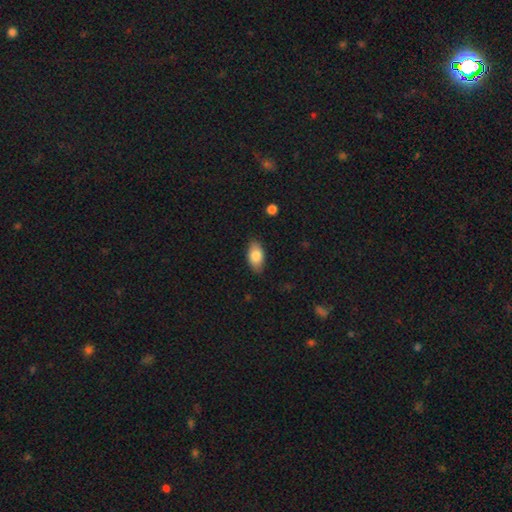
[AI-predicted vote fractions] Overall: smooth (83%). How rounded: in between (93%). Merging: none (85%).